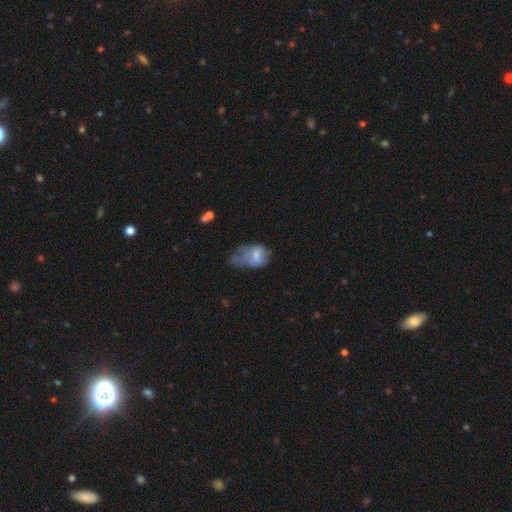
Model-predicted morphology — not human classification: Smooth or featured?
  - smooth: 56% *
  - featured or disk: 34%
  - star or artifact: 10%
How rounded?
  - in between: 81% *
  - round: 17%
  - cigar-shaped: 2%
Merging?
  - major disturbance: 43% *
  - minor disturbance: 30%
  - none: 20%
  - merger: 7%